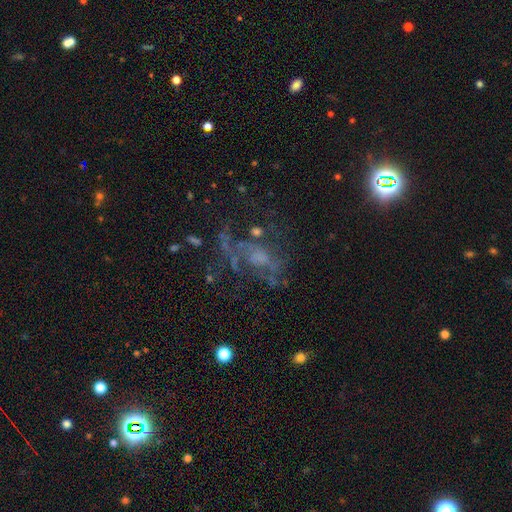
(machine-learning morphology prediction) A featured or disk galaxy (55%) with no bar (77%), no spiral arms (60%) and no central bulge (39%).

Vote fractions:
- Smooth or featured? featured or disk: 55% / star or artifact: 28% / smooth: 17%
- Edge-on disk? no: 95% / yes: 5%
- Bar? no: 77% / weak: 18% / strong: 5%
- Spiral arms? no: 60% / yes: 40%
- Bulge size? none: 39% / small: 28% / moderate: 25% / large: 6% / dominant: 2%
- Merging? none: 45% / major disturbance: 33% / minor disturbance: 16% / merger: 6%